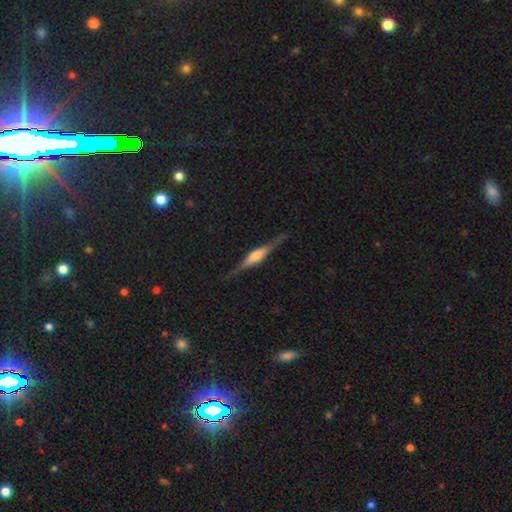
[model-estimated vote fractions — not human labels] A featured or disk galaxy (74%) viewed edge-on (97%) with a rounded central bulge (59%). Merging: none (84%).